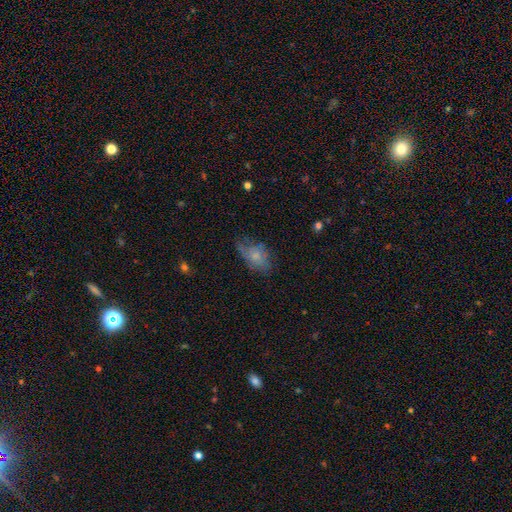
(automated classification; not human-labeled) Smooth or featured?
  - smooth: 66% *
  - featured or disk: 25%
  - star or artifact: 9%
How rounded?
  - in between: 87% *
  - round: 10%
  - cigar-shaped: 3%
Merging?
  - none: 47% *
  - minor disturbance: 35%
  - major disturbance: 16%
  - merger: 2%